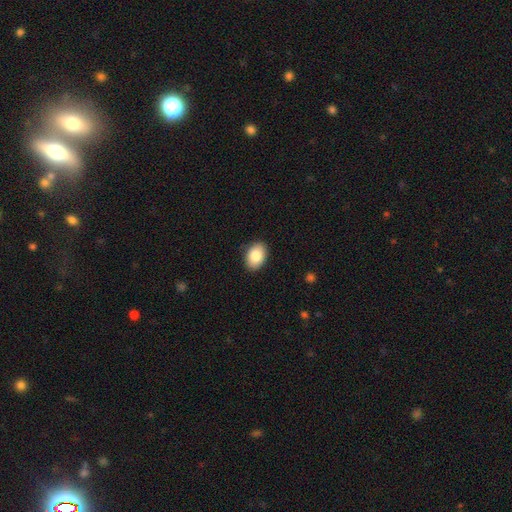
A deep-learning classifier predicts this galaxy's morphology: Smooth or featured? smooth (86%)
How rounded? in between (85%)
Merging? none (88%)